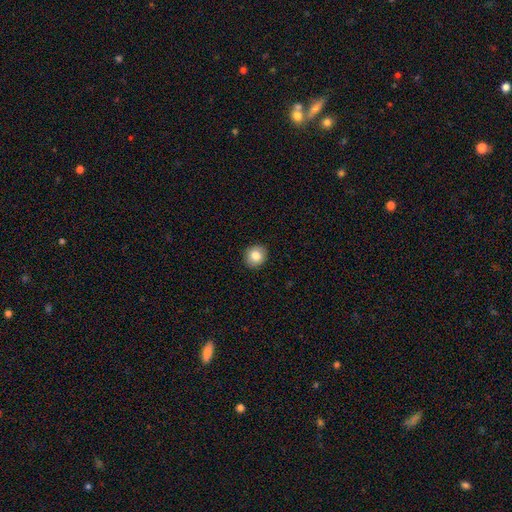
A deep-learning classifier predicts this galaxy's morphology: smooth 84%, star or artifact 9%, featured or disk 7%. Down the decision tree: how rounded — round (83%); merging — none (91%).